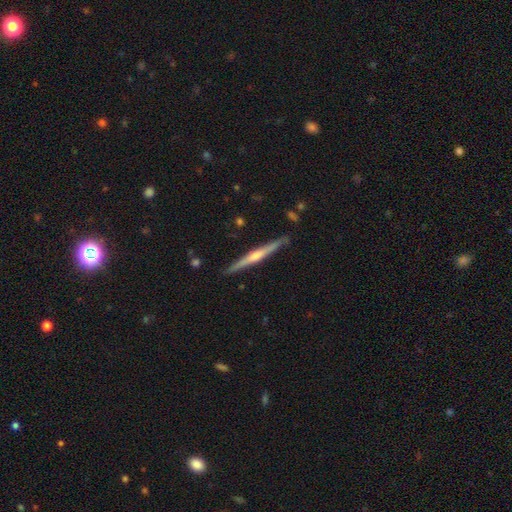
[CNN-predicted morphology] This is likely a featured or disk galaxy (72%). It is clearly viewed edge-on (98%). Edge-on bulge: likely rounded (71%). Merging: clearly none (89%).